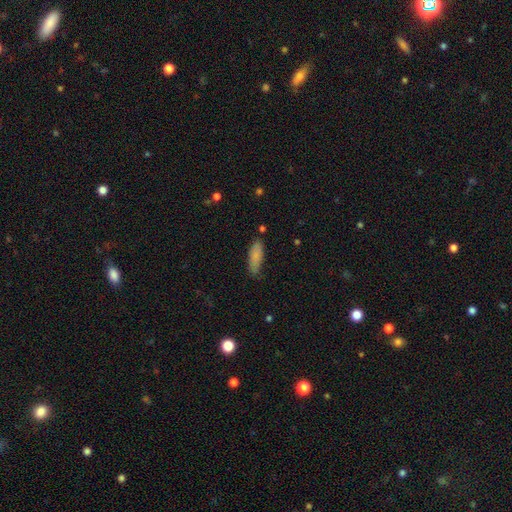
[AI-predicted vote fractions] Q: Smooth or featured?
A: smooth (85%); runner-up: featured or disk (9%)
Q: How rounded?
A: in between (56%); runner-up: cigar-shaped (43%)
Q: Merging?
A: none (76%); runner-up: minor disturbance (18%)